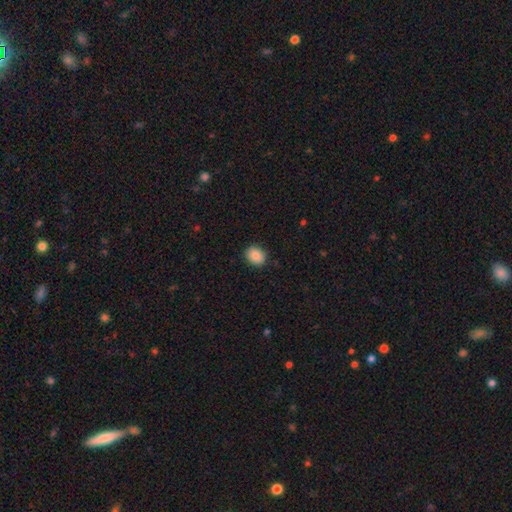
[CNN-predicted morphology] Smooth or featured?
  - smooth: 87% *
  - star or artifact: 8%
  - featured or disk: 5%
How rounded?
  - in between: 50% *
  - round: 49%
  - cigar-shaped: 1%
Merging?
  - none: 89% *
  - minor disturbance: 9%
  - major disturbance: 2%
  - merger: 1%